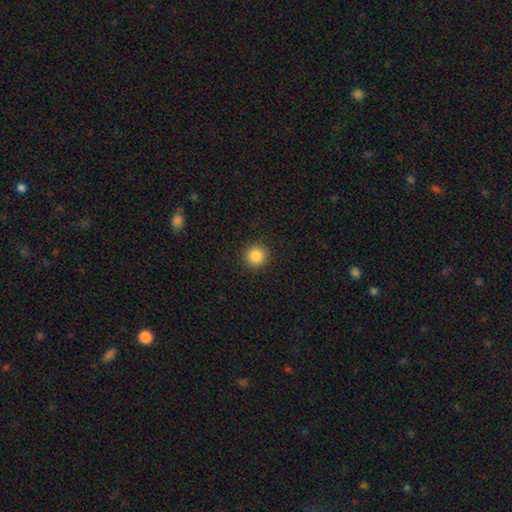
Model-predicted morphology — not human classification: This is clearly a smooth galaxy (87%). How rounded: clearly round (94%). Merging: clearly none (91%).